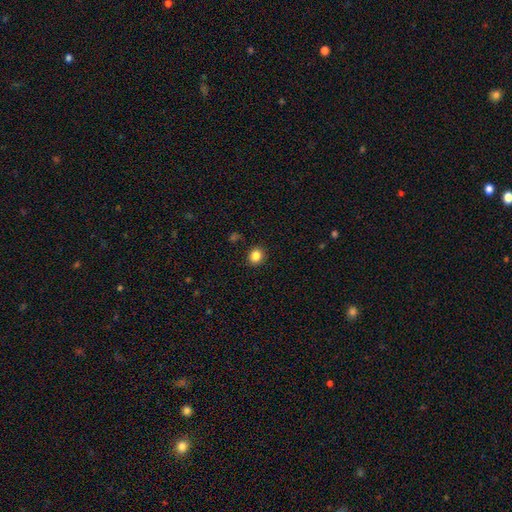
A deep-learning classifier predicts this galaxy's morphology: Smooth or featured?
  - smooth: 85% *
  - star or artifact: 11%
  - featured or disk: 5%
How rounded?
  - round: 75% *
  - in between: 24%
  - cigar-shaped: 1%
Merging?
  - none: 89% *
  - minor disturbance: 7%
  - major disturbance: 2%
  - merger: 1%